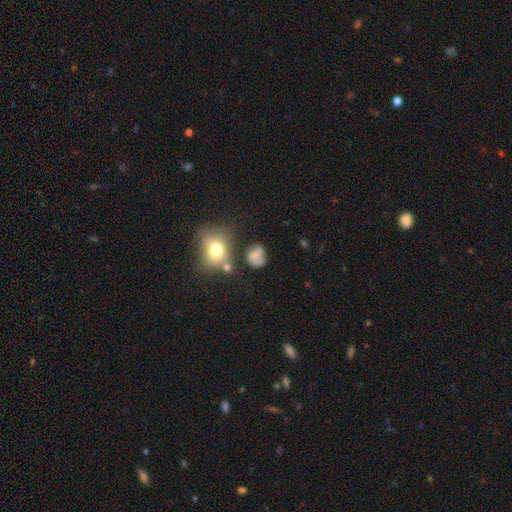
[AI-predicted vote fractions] A smooth galaxy with no disk features (56%) that is round (60%).

Vote fractions:
- Smooth or featured? smooth: 56% / featured or disk: 31% / star or artifact: 12%
- How rounded? round: 60% / in between: 38% / cigar-shaped: 1%
- Merging? none: 53% / minor disturbance: 24% / major disturbance: 13% / merger: 10%